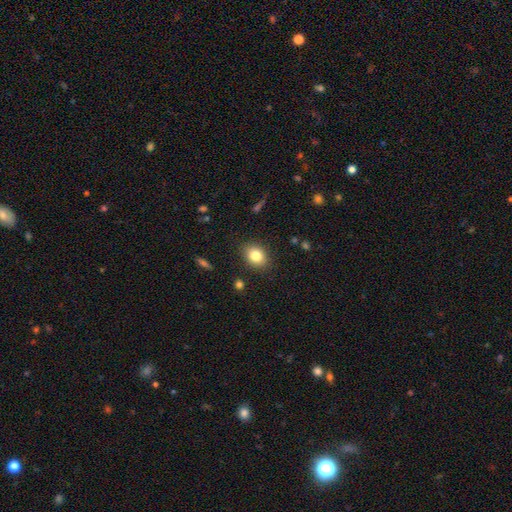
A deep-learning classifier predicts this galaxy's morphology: Q: Smooth or featured?
A: smooth (82%); runner-up: star or artifact (10%)
Q: How rounded?
A: in between (58%); runner-up: round (41%)
Q: Merging?
A: none (87%); runner-up: minor disturbance (9%)